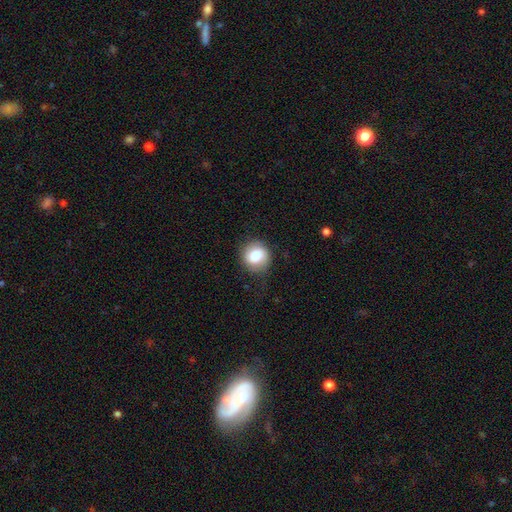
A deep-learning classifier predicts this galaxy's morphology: Q: Smooth or featured?
A: smooth (83%); runner-up: featured or disk (9%)
Q: How rounded?
A: round (85%); runner-up: in between (14%)
Q: Merging?
A: none (74%); runner-up: minor disturbance (18%)